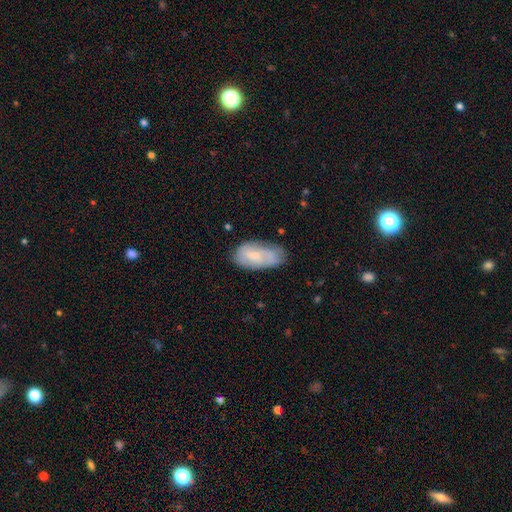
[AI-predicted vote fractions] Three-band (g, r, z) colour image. It shows a smooth galaxy with no disk features (54%) that is in between round and cigar-shaped (92%). Merging: none (62%).